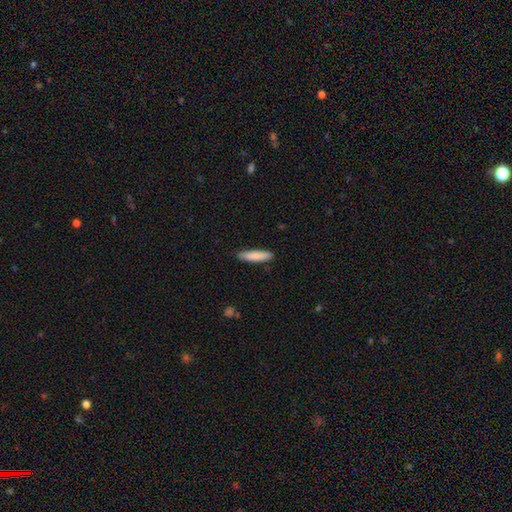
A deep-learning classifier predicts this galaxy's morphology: type=smooth (85%); roundness=cigar-shaped (80%); merging=none (88%).